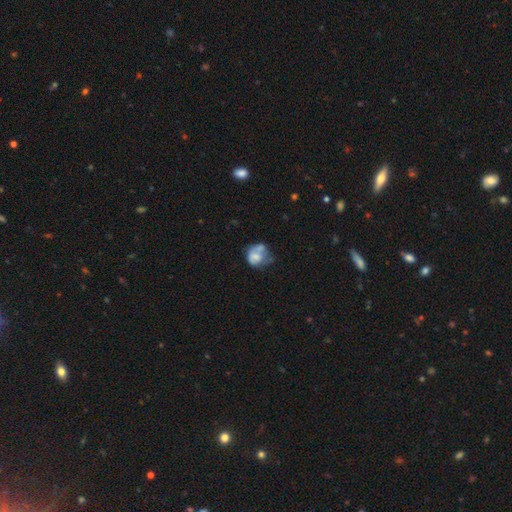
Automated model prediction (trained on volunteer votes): A smooth galaxy with no disk features (56%) that is round (64%). Merging: none (30%).